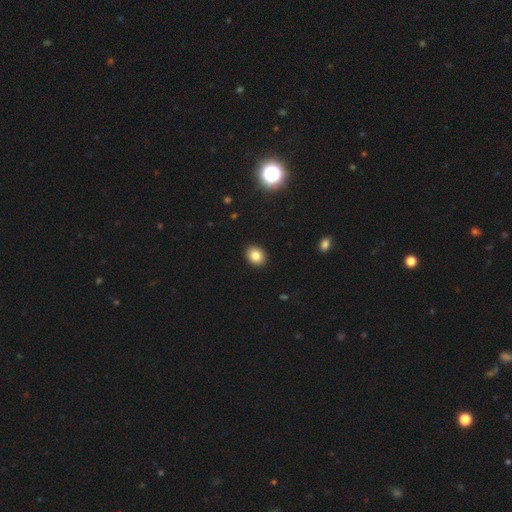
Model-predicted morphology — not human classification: smooth_or_featured: smooth (p=0.82) [alt: star or artifact p=0.10]
how_rounded: in between (p=0.50) [tied with: round p=0.50]
merging: none (p=0.91) [alt: minor disturbance p=0.06]